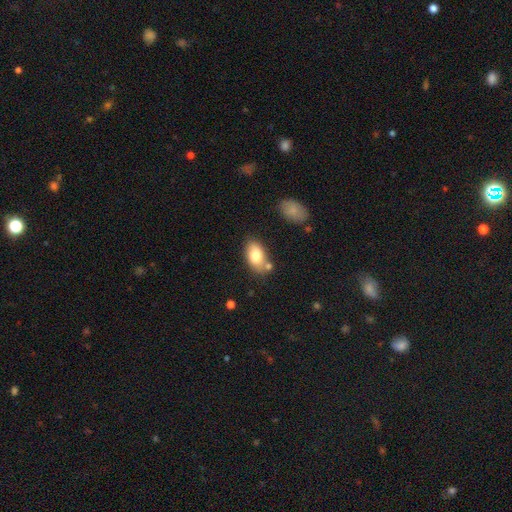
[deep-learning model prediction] A smooth galaxy with no disk features (79%) that is in between round and cigar-shaped (91%). Merging: none (67%).